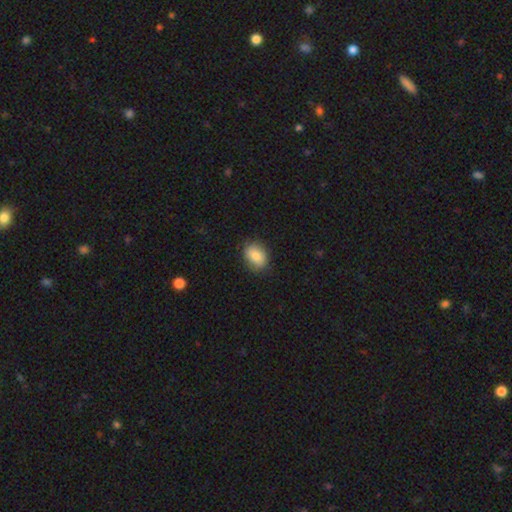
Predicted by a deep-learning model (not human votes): This appears to be a smooth galaxy with no disk features (83%) that is in between round and cigar-shaped (69%). Merging: none (83%).